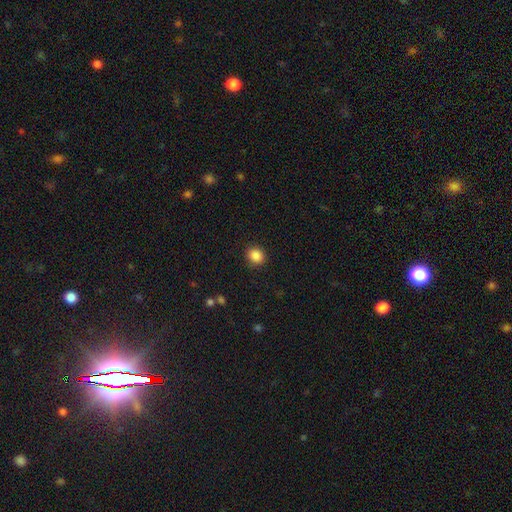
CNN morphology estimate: smooth 87%, star or artifact 10%, featured or disk 3%. Down the decision tree: how rounded — round (77%); merging — none (89%).